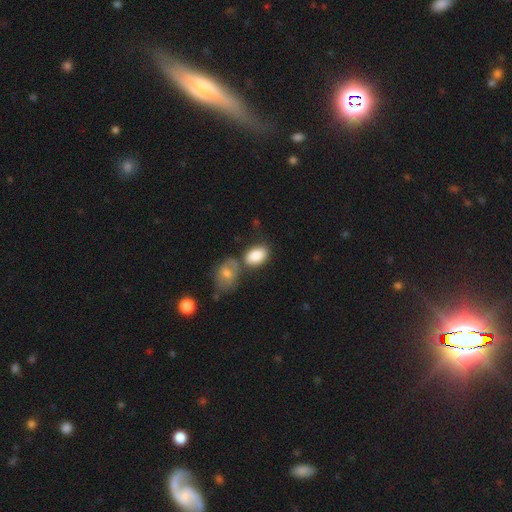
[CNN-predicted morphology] The model was most divided on "merging": none: 47%, merger: 29%, minor disturbance: 17%, major disturbance: 6%. More confident: how rounded — in between (88%); smooth or featured — smooth (84%).